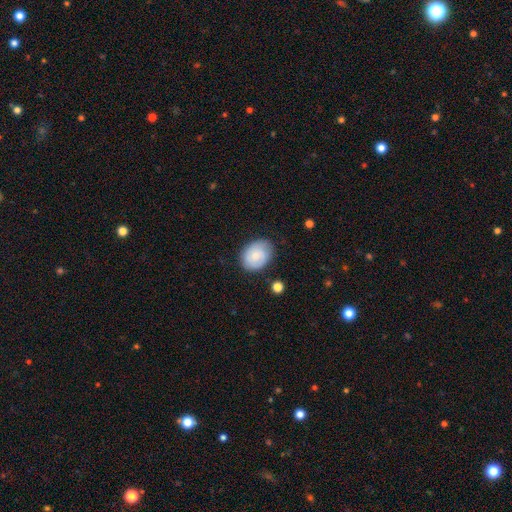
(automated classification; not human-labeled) Smooth or featured? Predicted: smooth (p=0.74). How rounded? Predicted: in between (p=0.64). Merging? Predicted: none (p=0.77).